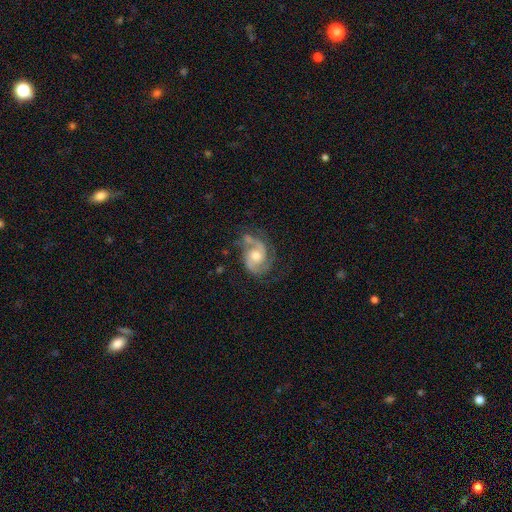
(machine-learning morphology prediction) smooth_or_featured: featured or disk (p=0.88) [alt: smooth p=0.07]
disk_edge_on: no (p=0.98) [alt: yes p=0.02]
bar: no (p=0.60) [alt: weak p=0.34]
has_spiral_arms: yes (p=0.97) [alt: no p=0.03]
spiral_winding: medium (p=0.55) [alt: tight p=0.28]
spiral_arm_count: 2 (p=0.88) [alt: can't tell p=0.04]
bulge_size: moderate (p=0.68) [alt: small p=0.18]
merging: none (p=0.66) [alt: minor disturbance p=0.21]